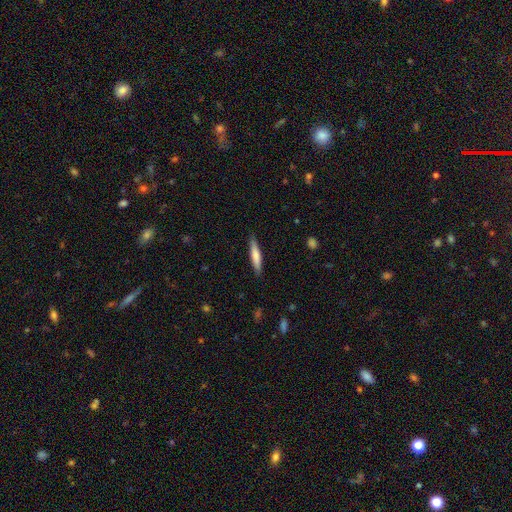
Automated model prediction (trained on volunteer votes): Smooth or featured: smooth — 70% (featured or disk — 24%)
How rounded: cigar-shaped — 88% (in between — 11%)
Merging: none — 88% (minor disturbance — 9%)